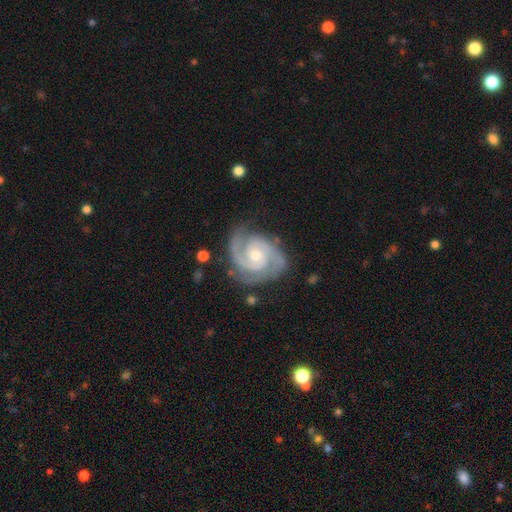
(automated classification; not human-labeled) Overall: featured or disk (93%). Edge-on disk: no (98%). Bar: no (67%). Spiral arms: yes (98%). Spiral arm count: 2 (81%). Spiral winding: tight (59%; medium 37%). Bulge size: moderate (52%; small 44%). Merging: none (78%).